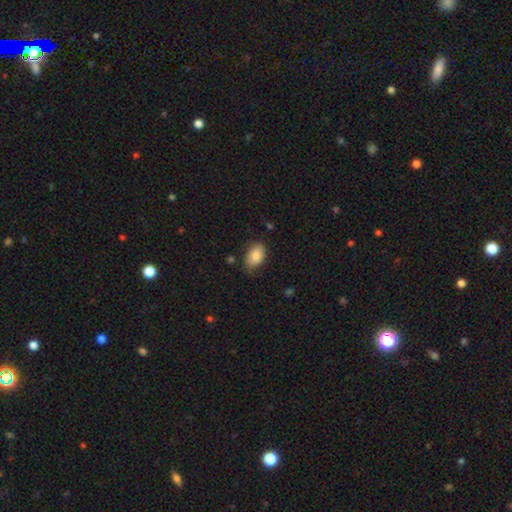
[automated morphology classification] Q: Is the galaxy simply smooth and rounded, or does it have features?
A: smooth — 86%.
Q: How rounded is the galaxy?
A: in between — 89%.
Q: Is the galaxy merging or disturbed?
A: none — 68%.